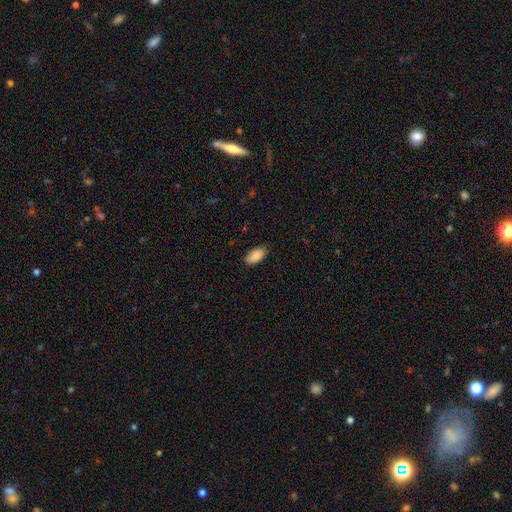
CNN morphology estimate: smooth_or_featured: smooth (p=0.89) [alt: star or artifact p=0.06]
how_rounded: in between (p=0.94) [alt: cigar-shaped p=0.04]
merging: none (p=0.83) [alt: minor disturbance p=0.14]